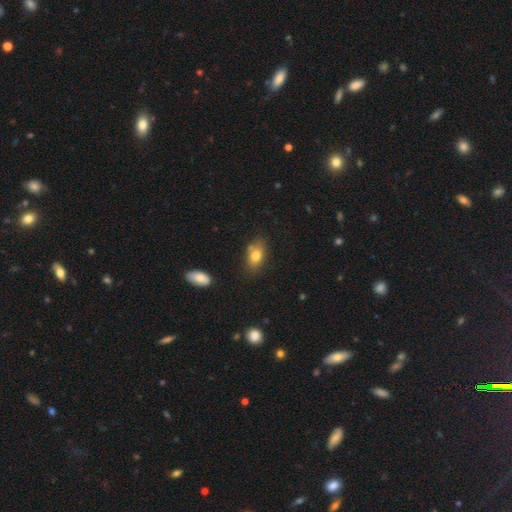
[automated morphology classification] The model was most divided on "merging": none: 71%, minor disturbance: 19%, merger: 6%, major disturbance: 4%. More confident: how rounded — in between (85%); smooth or featured — smooth (77%).